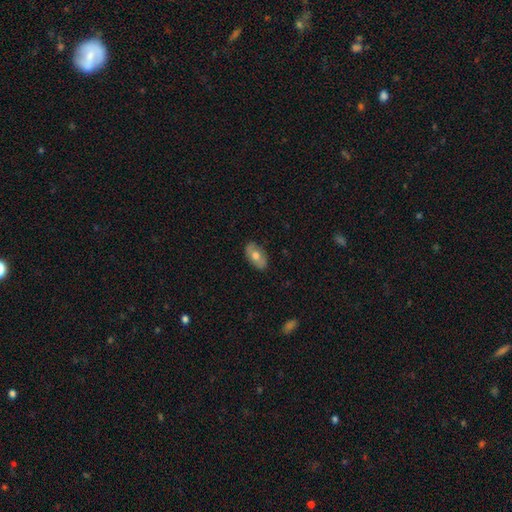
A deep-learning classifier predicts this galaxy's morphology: Smooth or featured: smooth — 62% (featured or disk — 32%)
How rounded: in between — 91% (round — 6%)
Merging: none — 84% (minor disturbance — 12%)